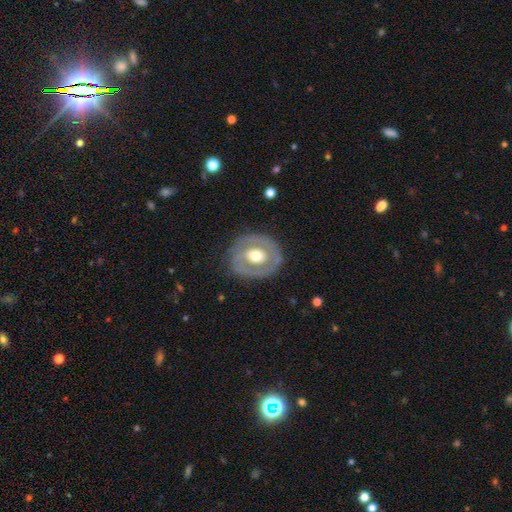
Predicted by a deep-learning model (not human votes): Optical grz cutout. It shows a featured or disk galaxy (62%) with no bar (76%), no spiral arms (73%) and a moderate central bulge (64%). Merging: none (76%).